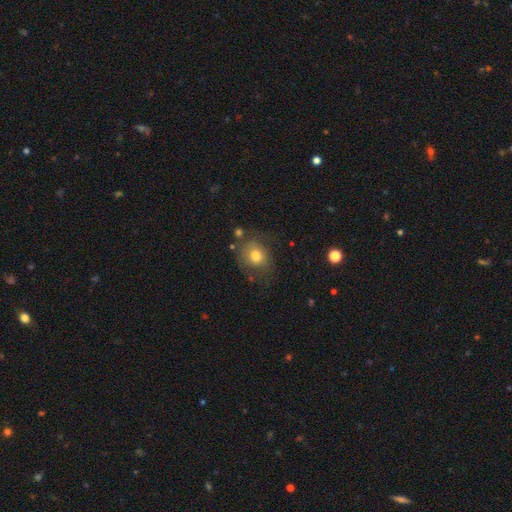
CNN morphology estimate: Smooth or featured?
  - smooth: 71% *
  - featured or disk: 19%
  - star or artifact: 10%
How rounded?
  - round: 66% *
  - in between: 33%
  - cigar-shaped: 1%
Merging?
  - none: 61% *
  - minor disturbance: 23%
  - major disturbance: 12%
  - merger: 4%